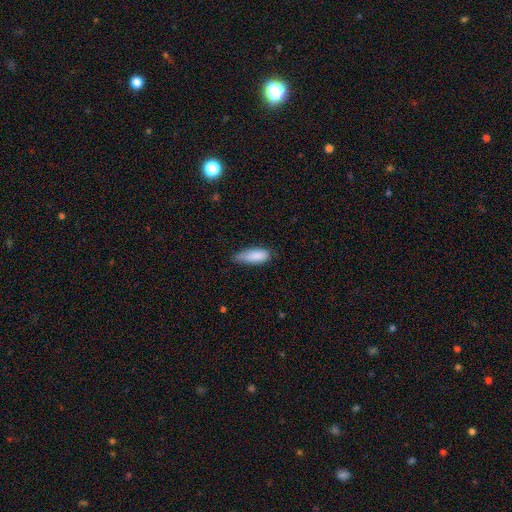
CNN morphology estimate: smooth_or_featured: smooth (p=0.87) [alt: featured or disk p=0.07]
how_rounded: in between (p=0.70) [alt: cigar-shaped p=0.28]
merging: none (p=0.51) [alt: minor disturbance p=0.39]